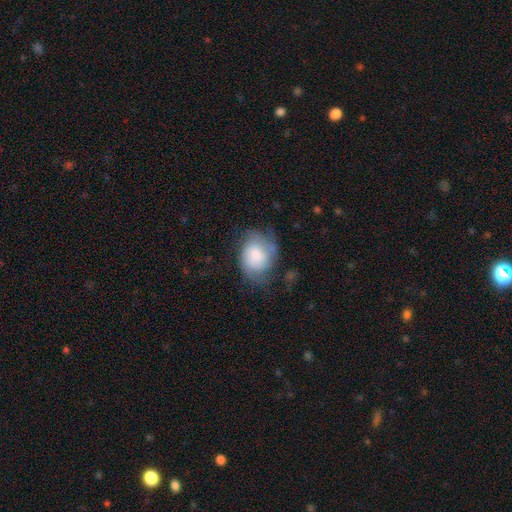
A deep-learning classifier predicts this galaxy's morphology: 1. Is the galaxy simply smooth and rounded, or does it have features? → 60% smooth, 33% featured or disk, 8% star or artifact.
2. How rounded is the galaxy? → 55% in between, 44% round, 1% cigar-shaped.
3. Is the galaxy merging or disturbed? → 46% none, 33% minor disturbance, 19% major disturbance, 2% merger.